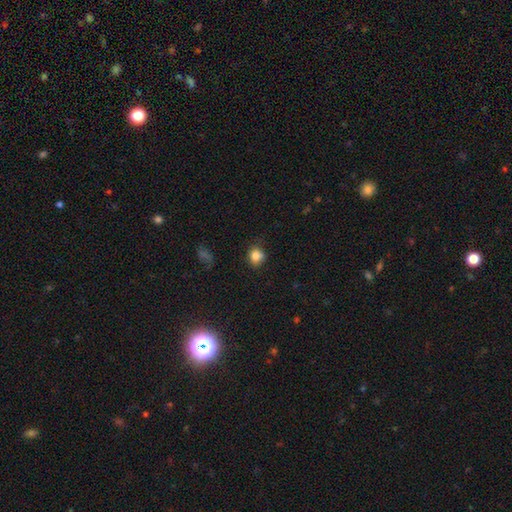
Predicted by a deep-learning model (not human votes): Smooth or featured: smooth — 82% (star or artifact — 11%)
How rounded: round — 67% (in between — 32%)
Merging: none — 67% (minor disturbance — 24%)